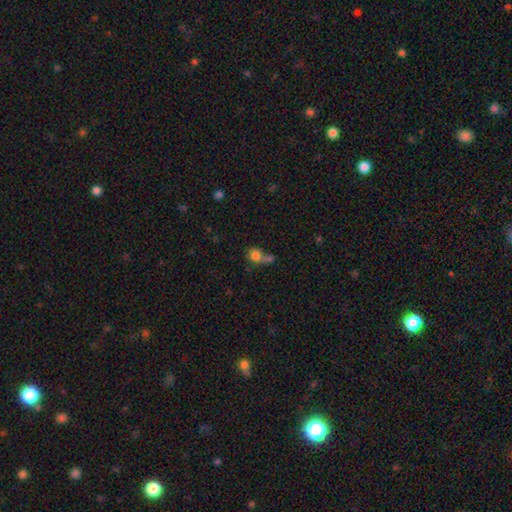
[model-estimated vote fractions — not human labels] This is likely a smooth galaxy (77%). How rounded: likely round (67%). Merging: possibly merger (49%).